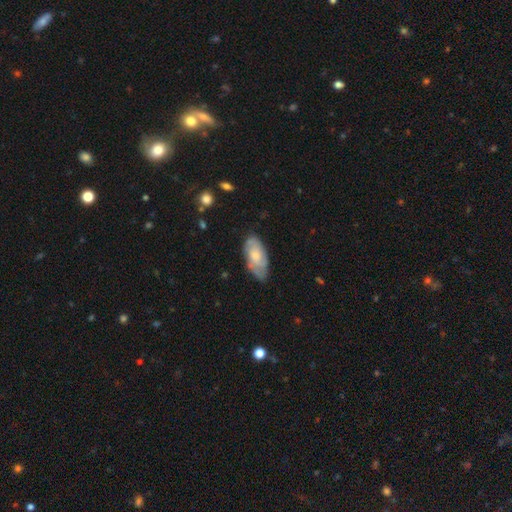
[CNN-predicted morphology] Q: Smooth or featured?
A: featured or disk (55%); runner-up: smooth (39%)
Q: Edge-on disk?
A: no (92%); runner-up: yes (8%)
Q: Bar?
A: no (74%); runner-up: weak (23%)
Q: Spiral arms?
A: yes (81%); runner-up: no (19%)
Q: Bulge size?
A: moderate (48%); runner-up: small (37%)
Q: Merging?
A: none (67%); runner-up: minor disturbance (26%)